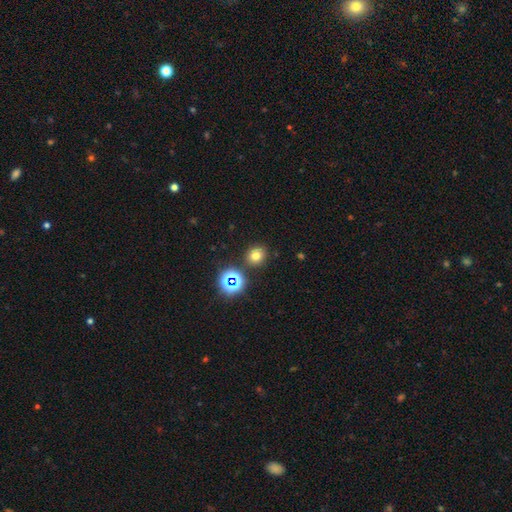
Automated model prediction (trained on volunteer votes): Morphology: type=smooth (71%); roundness=round (82%); merging=none (85%).